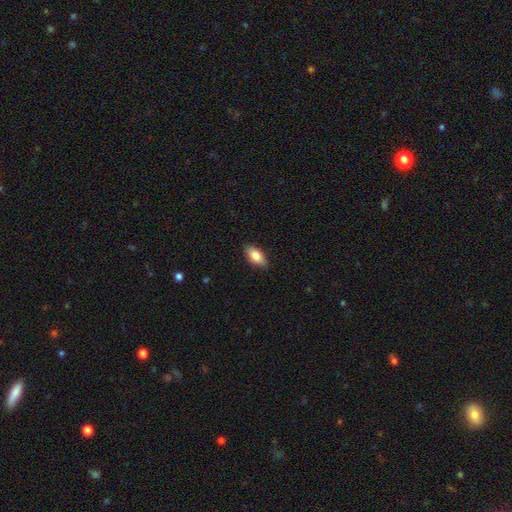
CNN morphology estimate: type=smooth (83%); roundness=in between (91%); merging=none (85%).